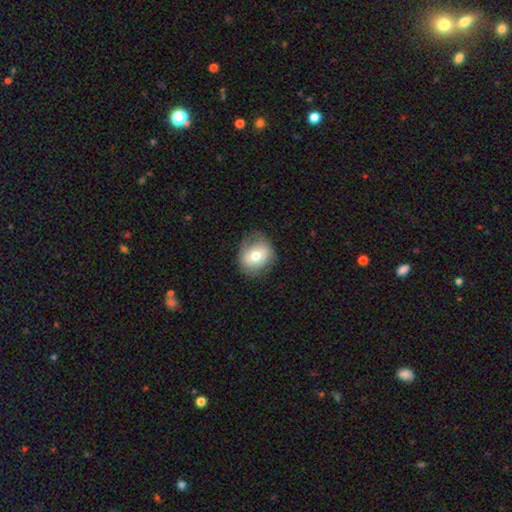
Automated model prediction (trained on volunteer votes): A smooth galaxy with no disk features (67%) that is round (61%). Merging: none (69%).